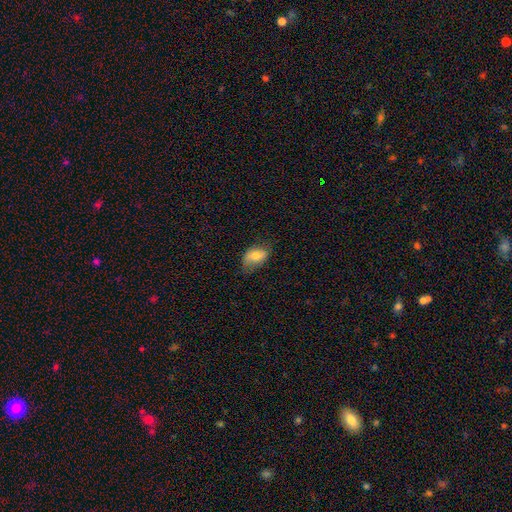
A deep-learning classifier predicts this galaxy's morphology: Q: Smooth or featured?
A: smooth (69%); runner-up: featured or disk (23%)
Q: How rounded?
A: in between (85%); runner-up: round (14%)
Q: Merging?
A: none (63%); runner-up: minor disturbance (27%)